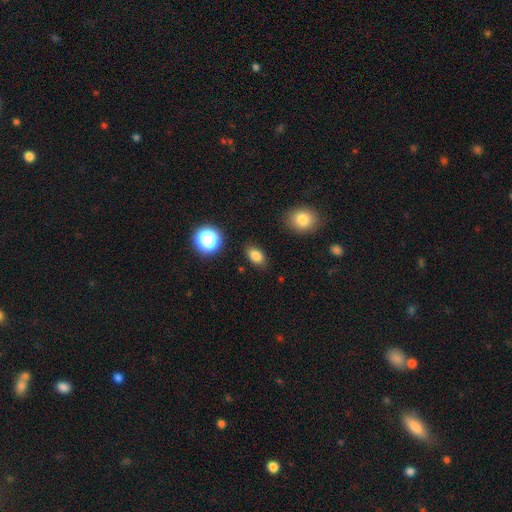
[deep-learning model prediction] This appears to be a smooth galaxy with no disk features (82%) that is in between round and cigar-shaped (83%). Merging: none (86%).